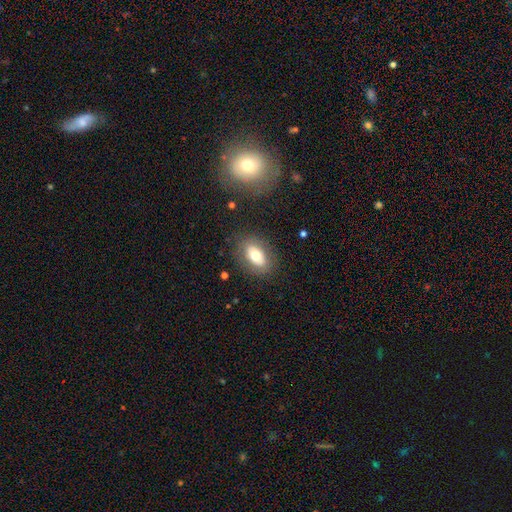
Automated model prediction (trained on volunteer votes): Smooth or featured? smooth (68%)
How rounded? in between (85%)
Merging? none (82%)